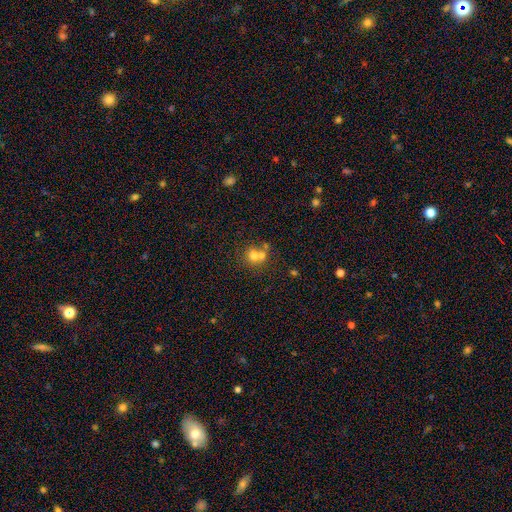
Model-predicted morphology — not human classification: Overall: smooth (66%). How rounded: round (80%). Merging: merger (52%; none 37%).